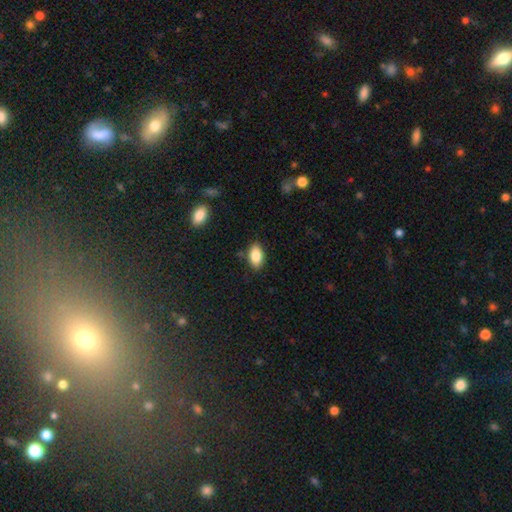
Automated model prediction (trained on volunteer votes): A smooth galaxy with no disk features (85%) that is in between round and cigar-shaped (92%). Merging: none (84%).